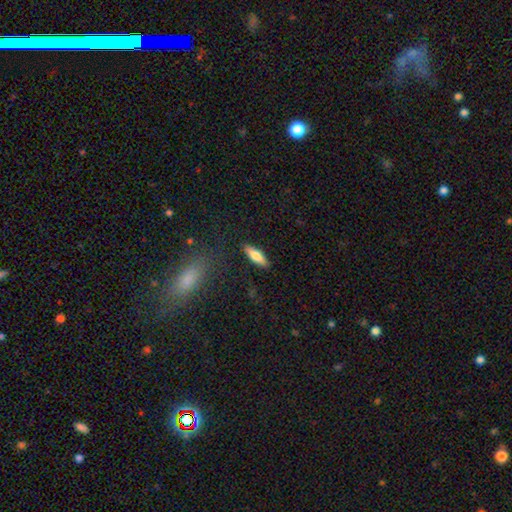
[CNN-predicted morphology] Smooth or featured: smooth — 71% (featured or disk — 23%)
How rounded: in between — 55% (cigar-shaped — 43%)
Merging: none — 87% (minor disturbance — 9%)